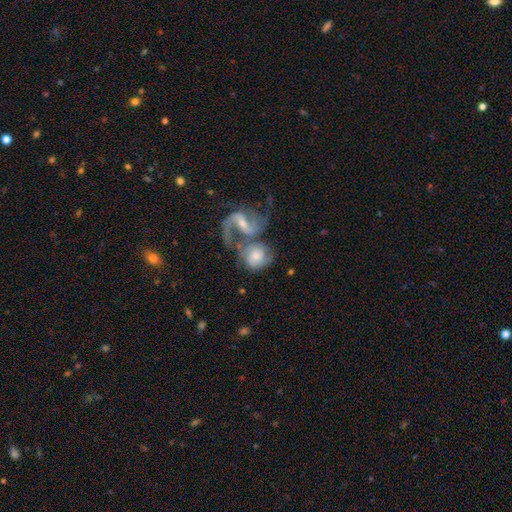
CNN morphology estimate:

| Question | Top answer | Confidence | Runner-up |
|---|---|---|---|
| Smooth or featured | featured or disk | 66% | smooth (27%) |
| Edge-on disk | no | 97% | yes (3%) |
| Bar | no | 44% | weak (40%) |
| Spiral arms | yes | 89% | no (11%) |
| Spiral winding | medium | 46% | loose (34%) |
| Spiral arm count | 2 | 70% | can't tell (12%) |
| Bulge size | small | 44% | moderate (43%) |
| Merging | merger | 62% | none (20%) |